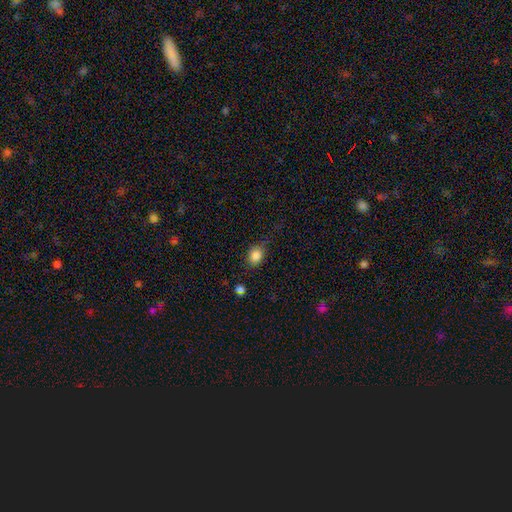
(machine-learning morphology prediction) Smooth or featured? smooth (84%)
How rounded? round (61%)
Merging? none (69%)